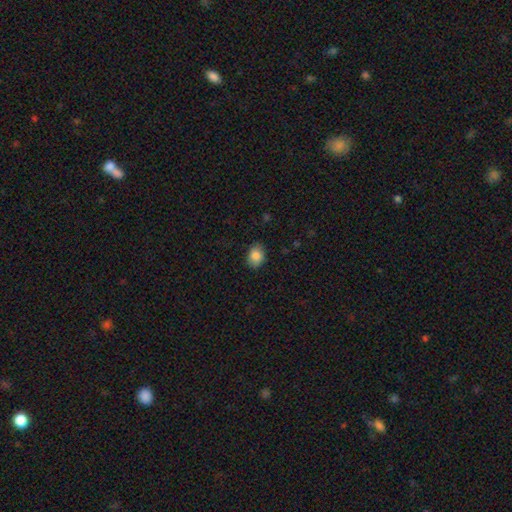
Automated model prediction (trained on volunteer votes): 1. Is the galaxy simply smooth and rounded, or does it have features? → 86% smooth, 8% star or artifact, 5% featured or disk.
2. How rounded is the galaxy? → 61% in between, 38% round, 1% cigar-shaped.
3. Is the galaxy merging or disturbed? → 86% none, 11% minor disturbance, 2% major disturbance, 1% merger.